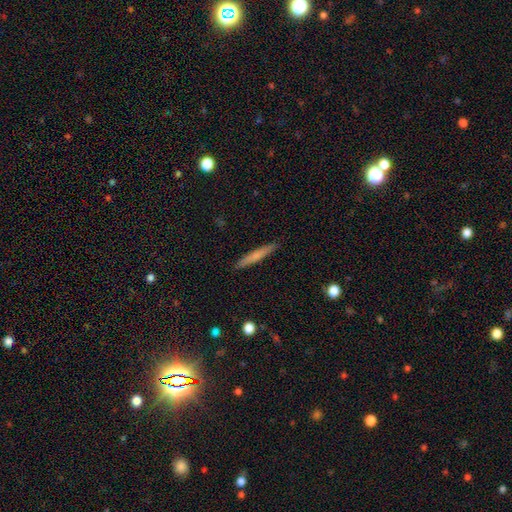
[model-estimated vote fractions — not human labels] The model was most divided on "smooth or featured": smooth: 65%, featured or disk: 28%, star or artifact: 6%. More confident: how rounded — cigar-shaped (96%); merging — none (91%).